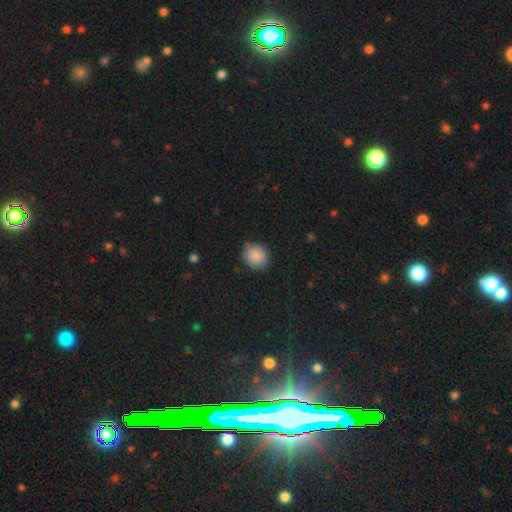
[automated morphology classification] smooth 88%, star or artifact 8%, featured or disk 4%. Down the decision tree: how rounded — round (75%); merging — none (83%).